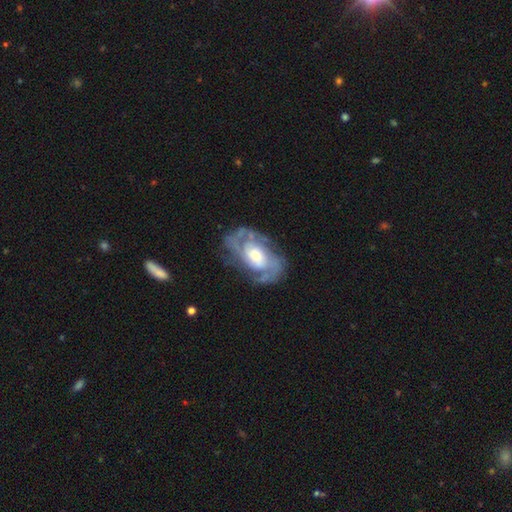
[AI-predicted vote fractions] Smooth or featured? featured or disk (85%)
Edge-on disk? no (96%)
Bar? no (63%)
Spiral arms? yes (92%)
Spiral winding? tight (48%)
Spiral arm count? 2 (50%)
Bulge size? moderate (48%)
Merging? none (66%)